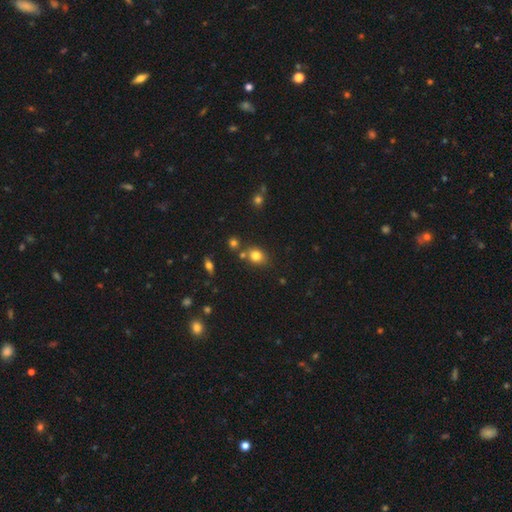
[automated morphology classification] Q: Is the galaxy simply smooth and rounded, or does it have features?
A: smooth — 80%.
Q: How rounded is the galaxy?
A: round — 58%.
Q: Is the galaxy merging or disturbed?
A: none — 69%.